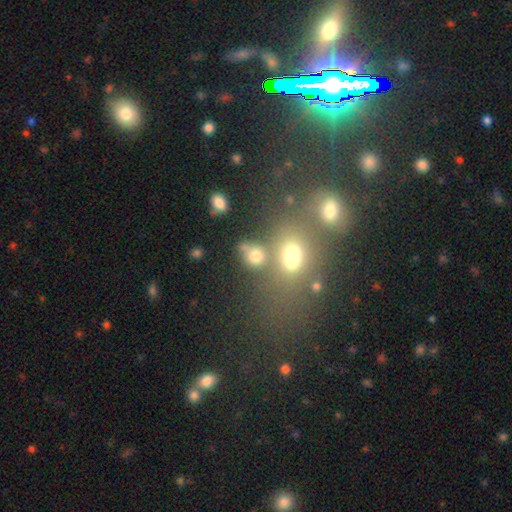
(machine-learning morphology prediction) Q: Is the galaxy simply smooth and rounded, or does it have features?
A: smooth — 73%.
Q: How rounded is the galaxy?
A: round — 66%.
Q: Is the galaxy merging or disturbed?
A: none — 47%.